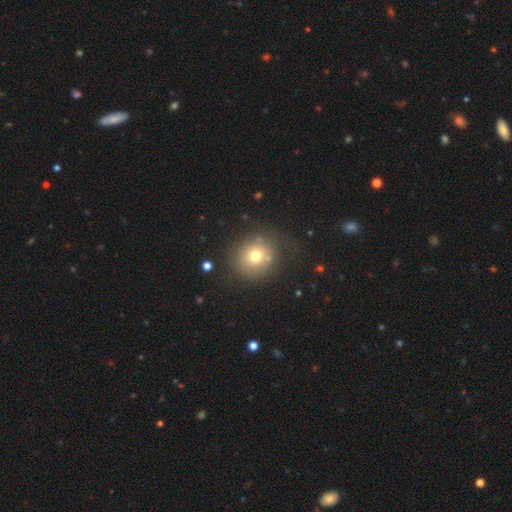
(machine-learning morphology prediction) Overall: smooth (70%). How rounded: round (87%). Merging: none (79%).